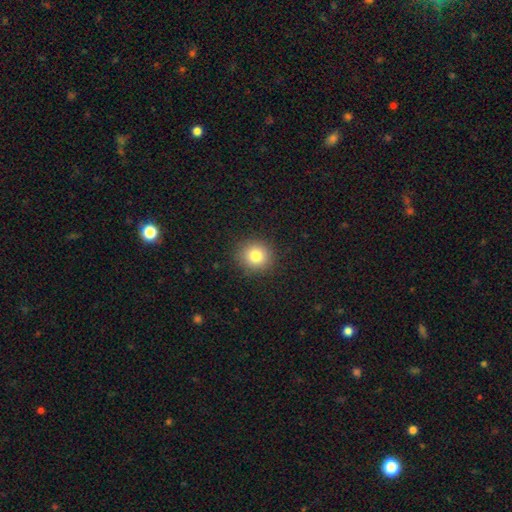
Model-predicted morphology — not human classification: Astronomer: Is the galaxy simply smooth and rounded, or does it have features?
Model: smooth — 81%.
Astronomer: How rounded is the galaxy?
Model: round — 89%.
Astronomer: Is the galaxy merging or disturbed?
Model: none — 89%.